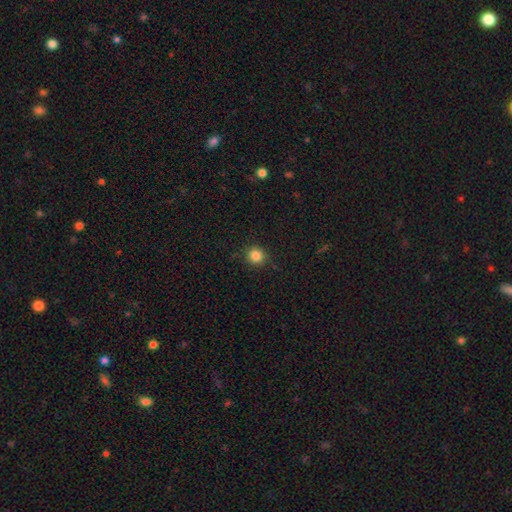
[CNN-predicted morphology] This is clearly a smooth galaxy (85%). How rounded: clearly round (93%). Merging: clearly none (90%).